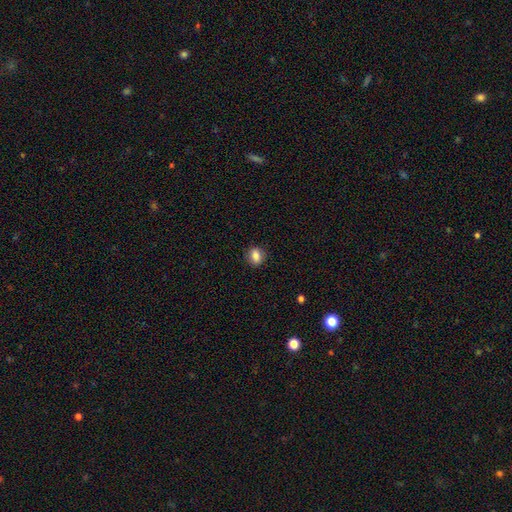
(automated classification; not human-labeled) Smooth or featured: smooth — 82% (star or artifact — 9%)
How rounded: round — 51% (in between — 47%)
Merging: none — 86% (minor disturbance — 10%)